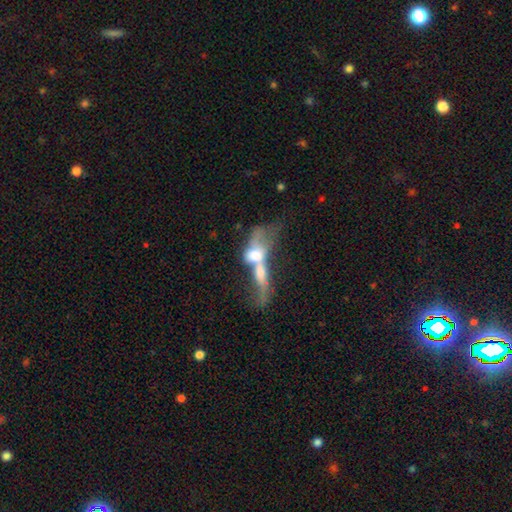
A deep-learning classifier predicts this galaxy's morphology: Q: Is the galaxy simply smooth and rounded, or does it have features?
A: smooth — 47%.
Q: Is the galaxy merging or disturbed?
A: merger — 79%.